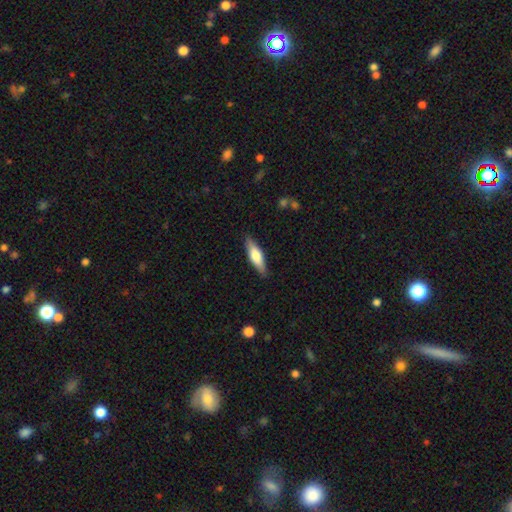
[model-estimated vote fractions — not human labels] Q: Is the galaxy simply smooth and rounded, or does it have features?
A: smooth — 62%.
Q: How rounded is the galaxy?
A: cigar-shaped — 58%.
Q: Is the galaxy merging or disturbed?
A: none — 87%.